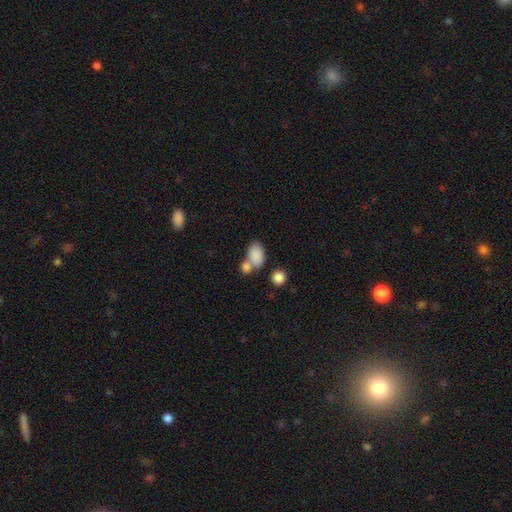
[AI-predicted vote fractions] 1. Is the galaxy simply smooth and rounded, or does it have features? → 85% smooth, 8% star or artifact, 7% featured or disk.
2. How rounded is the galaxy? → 87% in between, 11% round, 2% cigar-shaped.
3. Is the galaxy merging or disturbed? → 43% merger, 40% none, 12% minor disturbance, 5% major disturbance.